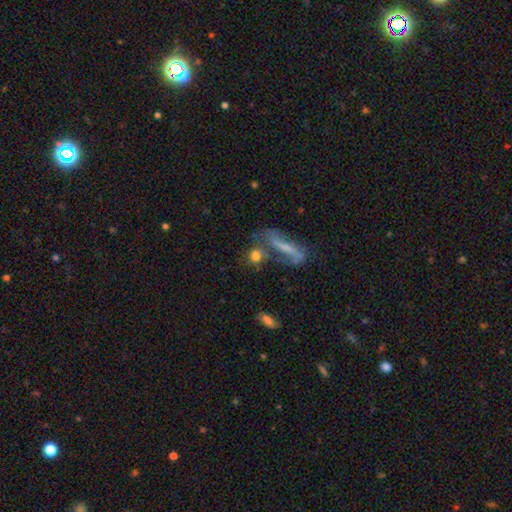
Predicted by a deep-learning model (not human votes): Morphology: type=smooth (70%); roundness=round (59%); merging=none (52%).